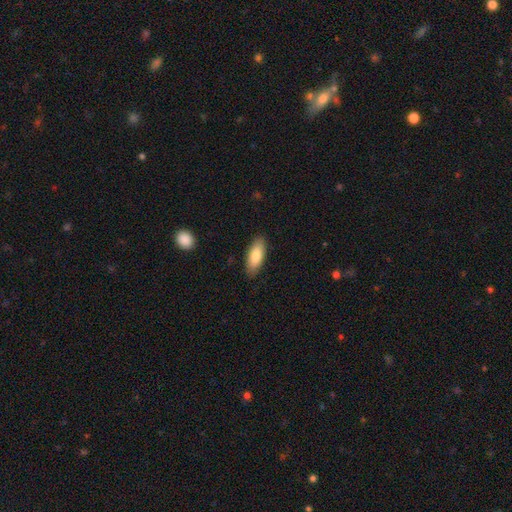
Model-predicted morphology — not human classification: The model was most divided on "how rounded": in between: 78%, cigar-shaped: 21%, round: 2%. More confident: merging — none (86%); smooth or featured — smooth (82%).